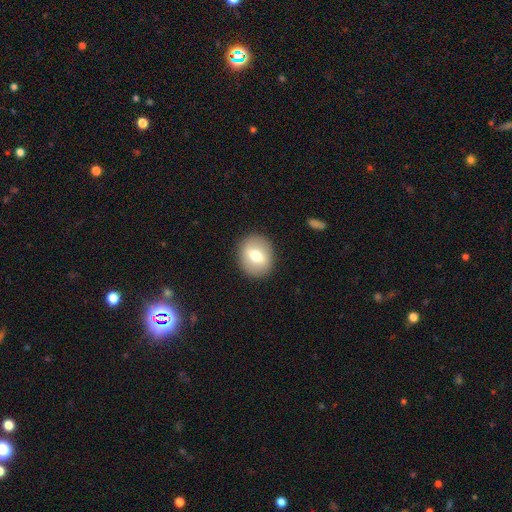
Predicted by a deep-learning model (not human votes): Q: Smooth or featured?
A: smooth (59%); runner-up: featured or disk (33%)
Q: How rounded?
A: round (63%); runner-up: in between (36%)
Q: Merging?
A: none (88%); runner-up: minor disturbance (8%)